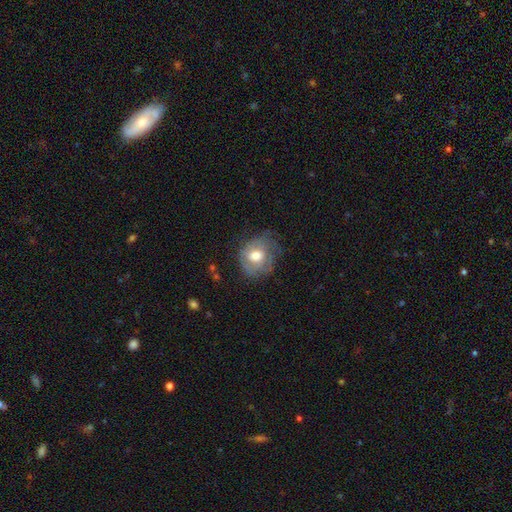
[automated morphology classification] smooth_or_featured: smooth (p=0.50) [alt: featured or disk p=0.42]
merging: none (p=0.53) [alt: minor disturbance p=0.28]